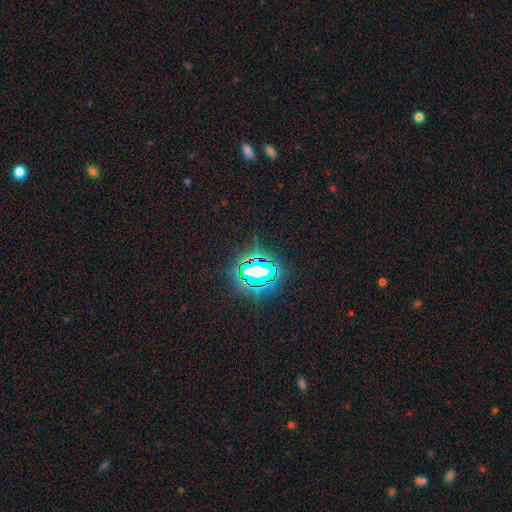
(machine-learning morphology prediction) Smooth or featured?
  - star or artifact: 81% *
  - smooth: 12%
  - featured or disk: 7%